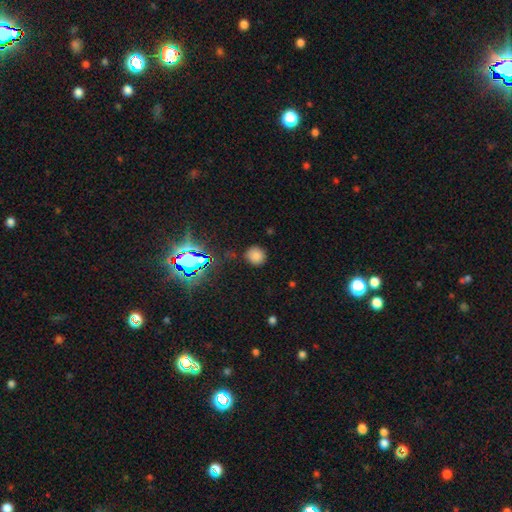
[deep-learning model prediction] This appears to be a smooth galaxy with no disk features (74%) that is round (87%). Merging: none (85%).